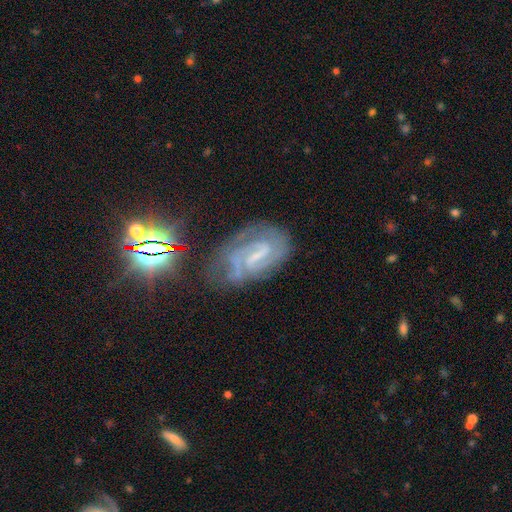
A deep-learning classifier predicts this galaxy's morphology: This is likely a featured or disk galaxy (76%). It is clearly not viewed edge-on (96%). Bar: possibly weak (47%). Spiral arm pattern: clearly yes (91%). Spiral arm count: possibly 2 (54%). Spiral winding: marginally tight (44%). Central bulge: possibly small (45%). Merging: possibly none (58%).